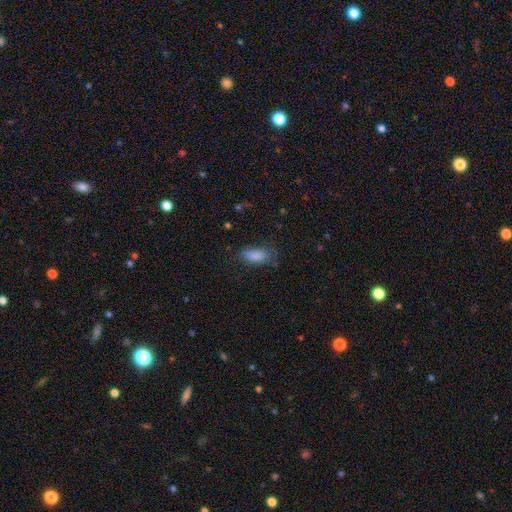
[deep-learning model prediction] A smooth galaxy with no disk features (82%) that is in between round and cigar-shaped (83%).

Vote fractions:
- Smooth or featured? smooth: 82% / featured or disk: 10% / star or artifact: 9%
- How rounded? in between: 83% / cigar-shaped: 14% / round: 3%
- Merging? none: 53% / minor disturbance: 30% / major disturbance: 15% / merger: 2%